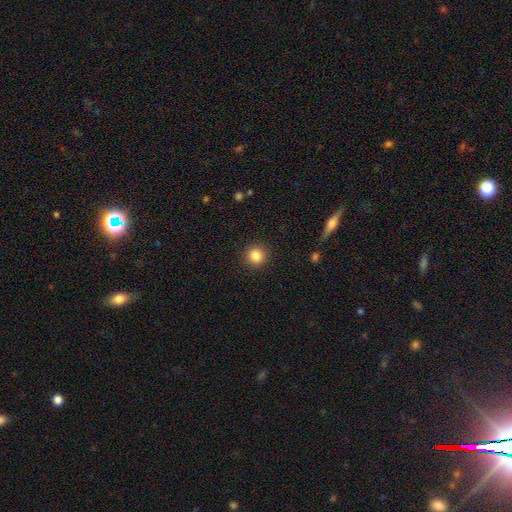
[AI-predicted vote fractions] Smooth or featured? smooth (85%)
How rounded? round (91%)
Merging? none (91%)